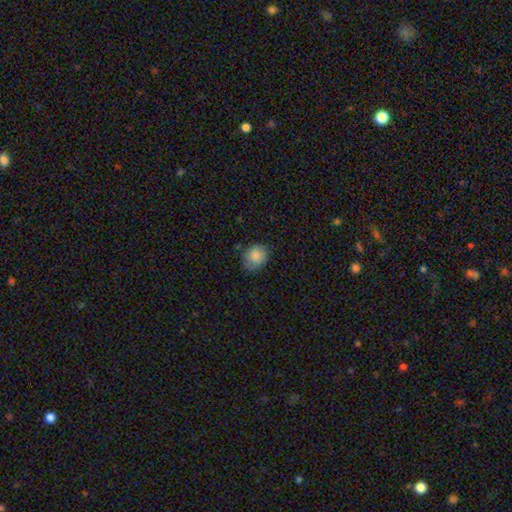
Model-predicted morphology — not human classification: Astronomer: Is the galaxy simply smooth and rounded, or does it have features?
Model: smooth — 84%.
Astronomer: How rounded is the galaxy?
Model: round — 60% (runner-up: in between, 39%).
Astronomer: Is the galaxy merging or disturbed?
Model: none — 72%.